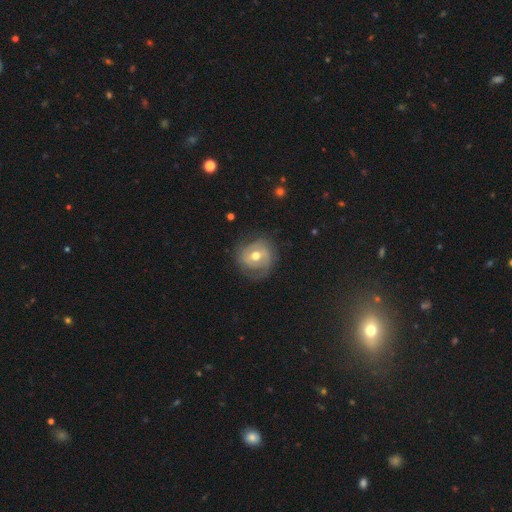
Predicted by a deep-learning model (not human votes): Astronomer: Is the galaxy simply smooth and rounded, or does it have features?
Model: featured or disk — 67%.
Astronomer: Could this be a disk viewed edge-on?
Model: no — 96%.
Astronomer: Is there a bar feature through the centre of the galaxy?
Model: weak — 42% (runner-up: no, 38%).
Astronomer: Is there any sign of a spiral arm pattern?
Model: yes — 69%.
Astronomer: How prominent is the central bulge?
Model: moderate — 78%.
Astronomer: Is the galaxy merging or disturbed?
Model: none — 67%.